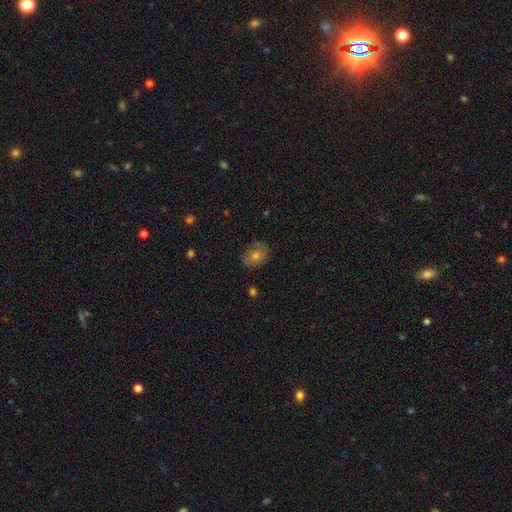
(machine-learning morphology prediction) smooth 58%, featured or disk 27%, star or artifact 15%. Down the decision tree: how rounded — in between (50%); merging — none (77%).